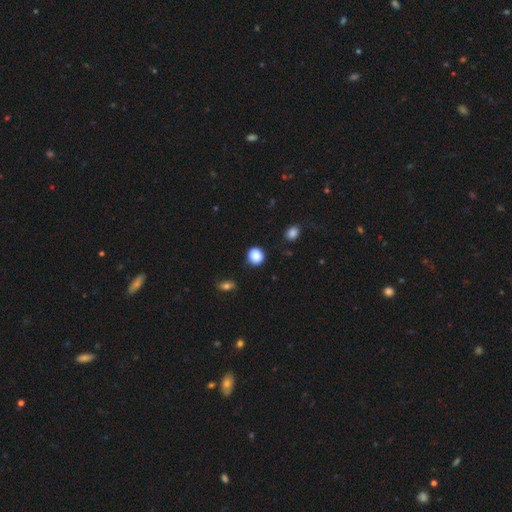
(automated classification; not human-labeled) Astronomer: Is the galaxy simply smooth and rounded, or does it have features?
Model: smooth — 87%.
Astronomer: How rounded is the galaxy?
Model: round — 81%.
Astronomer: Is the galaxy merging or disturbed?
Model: none — 87%.